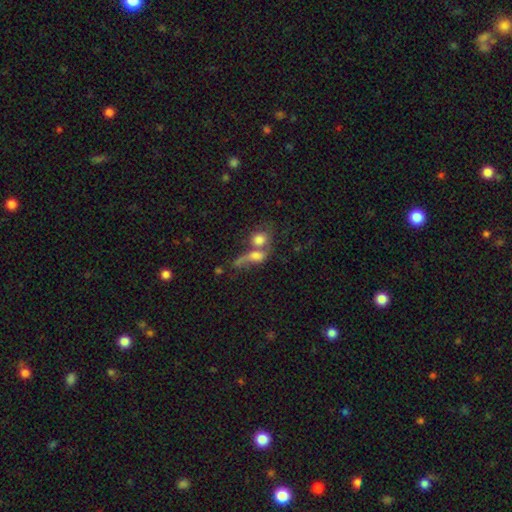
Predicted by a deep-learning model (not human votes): smooth_or_featured: smooth (p=0.57) [alt: featured or disk p=0.31]
how_rounded: in between (p=0.47) [alt: round p=0.35]
merging: merger (p=0.65) [alt: none p=0.16]